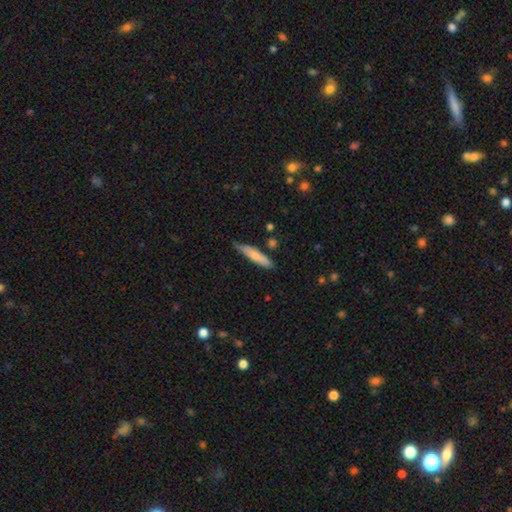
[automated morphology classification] type=smooth (72%); roundness=cigar-shaped (87%); merging=none (73%).